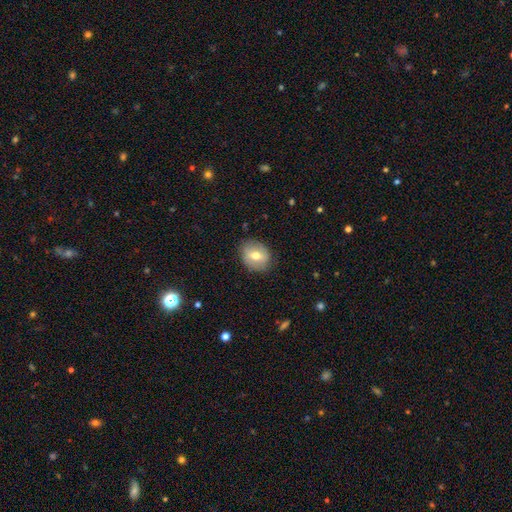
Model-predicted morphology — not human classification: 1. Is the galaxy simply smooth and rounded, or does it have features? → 58% smooth, 34% featured or disk, 8% star or artifact.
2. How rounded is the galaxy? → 61% round, 38% in between, 1% cigar-shaped.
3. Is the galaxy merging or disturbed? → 84% none, 12% minor disturbance, 3% major disturbance, 1% merger.